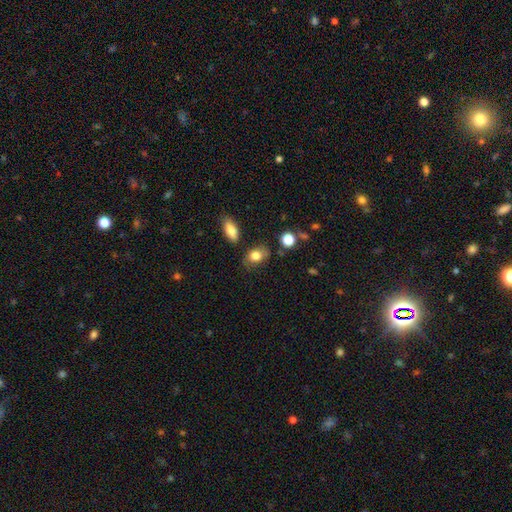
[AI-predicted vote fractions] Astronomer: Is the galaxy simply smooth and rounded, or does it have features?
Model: smooth — 82%.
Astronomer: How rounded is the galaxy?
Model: in between — 75%.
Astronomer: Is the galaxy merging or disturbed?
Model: none — 69%.